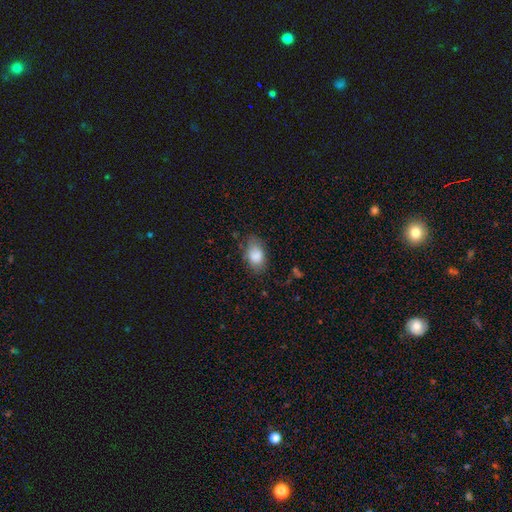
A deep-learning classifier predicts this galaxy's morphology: A smooth galaxy with no disk features (85%) that is in between round and cigar-shaped (87%). Merging: none (69%).